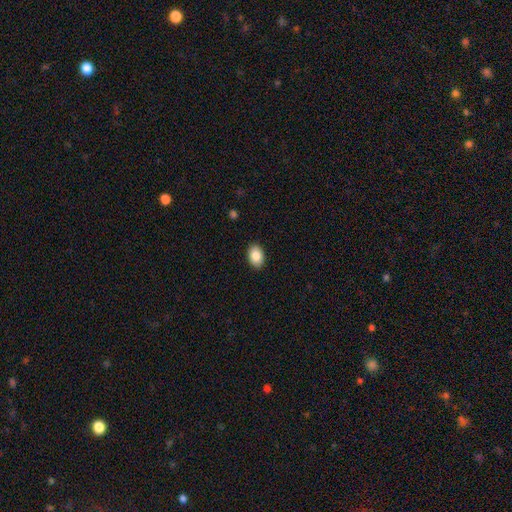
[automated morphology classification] Smooth or featured?
  - smooth: 86% *
  - star or artifact: 7%
  - featured or disk: 7%
How rounded?
  - in between: 81% *
  - round: 18%
  - cigar-shaped: 1%
Merging?
  - none: 90% *
  - minor disturbance: 8%
  - major disturbance: 2%
  - merger: 1%